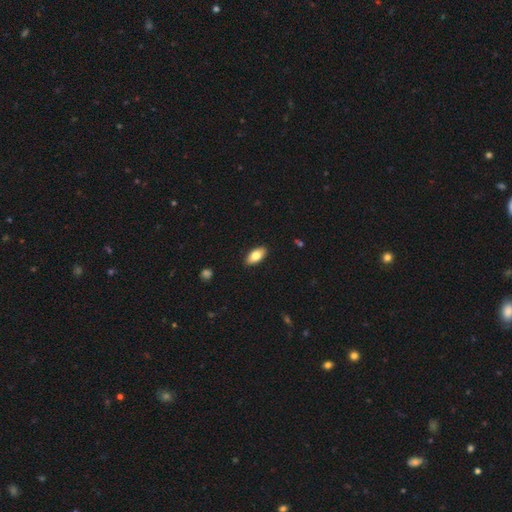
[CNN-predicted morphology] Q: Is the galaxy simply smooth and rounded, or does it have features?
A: smooth — 76%.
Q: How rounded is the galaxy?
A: in between — 90%.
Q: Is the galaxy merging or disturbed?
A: none — 90%.